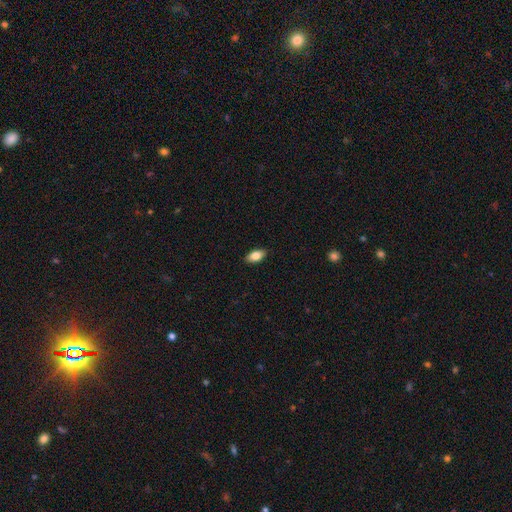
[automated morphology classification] smooth-or-featured: smooth: 81% | featured or disk: 12% | star or artifact: 7%
  how-rounded: in between: 90% | cigar-shaped: 6% | round: 4%
  merging: none: 89% | minor disturbance: 9% | major disturbance: 2% | merger: 1%